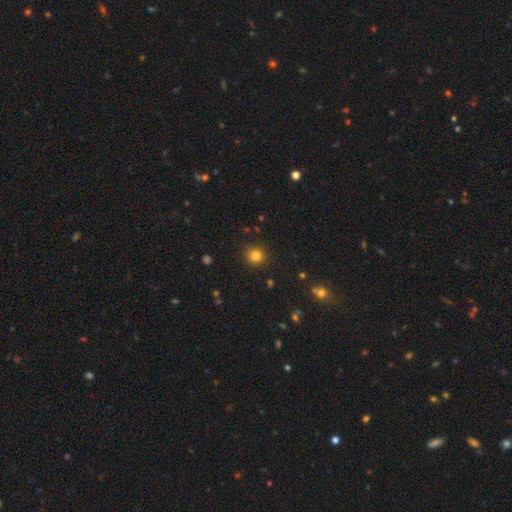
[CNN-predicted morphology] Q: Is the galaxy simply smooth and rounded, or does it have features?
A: smooth — 81%.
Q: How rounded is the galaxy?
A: round — 93%.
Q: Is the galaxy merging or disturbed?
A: none — 91%.